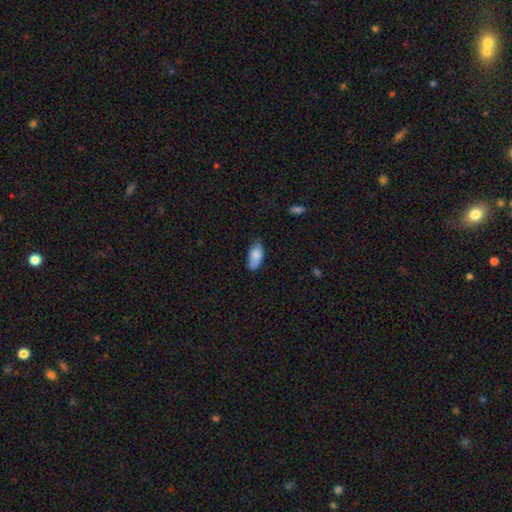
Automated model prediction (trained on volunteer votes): Q: Smooth or featured?
A: smooth (79%); runner-up: featured or disk (14%)
Q: How rounded?
A: in between (90%); runner-up: cigar-shaped (6%)
Q: Merging?
A: none (56%); runner-up: minor disturbance (33%)